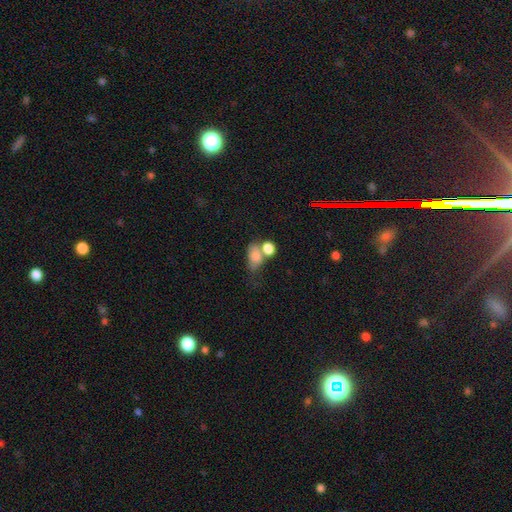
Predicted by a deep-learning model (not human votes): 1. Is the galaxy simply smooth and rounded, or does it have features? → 77% smooth, 13% featured or disk, 10% star or artifact.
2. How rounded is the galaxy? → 73% in between, 25% round, 3% cigar-shaped.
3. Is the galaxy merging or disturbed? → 46% merger, 28% none, 14% minor disturbance, 11% major disturbance.